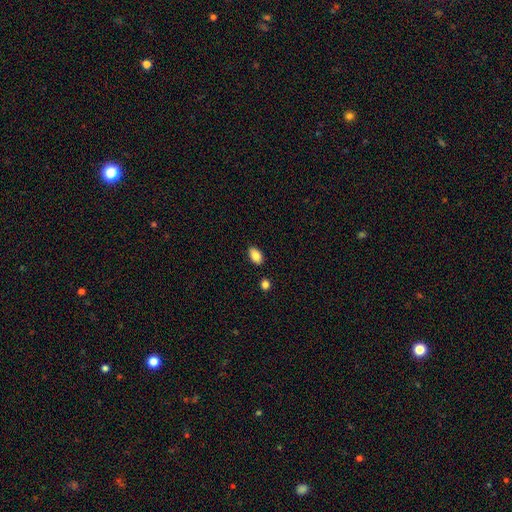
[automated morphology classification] A smooth galaxy with no disk features (85%) that is in between round and cigar-shaped (92%).

Vote fractions:
- Smooth or featured? smooth: 85% / star or artifact: 8% / featured or disk: 7%
- How rounded? in between: 92% / round: 6% / cigar-shaped: 2%
- Merging? none: 86% / minor disturbance: 10% / merger: 3% / major disturbance: 2%